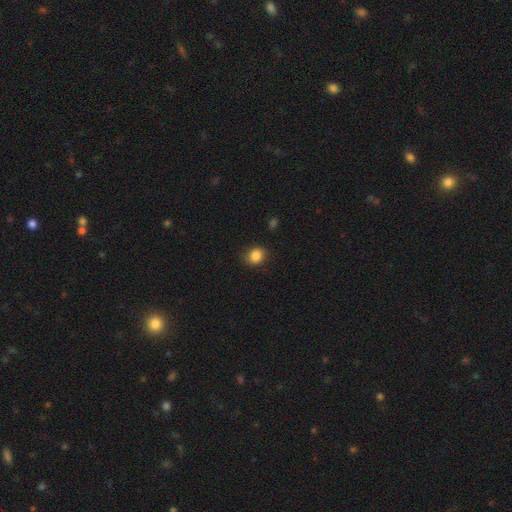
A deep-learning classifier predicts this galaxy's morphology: The model was most divided on "how rounded": round: 66%, in between: 33%, cigar-shaped: 1%. More confident: smooth or featured — smooth (85%); merging — none (83%).